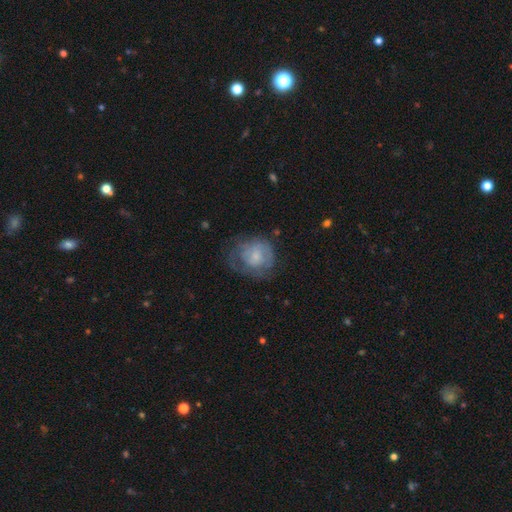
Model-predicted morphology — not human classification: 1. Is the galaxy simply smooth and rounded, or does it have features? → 52% smooth, 40% featured or disk, 8% star or artifact.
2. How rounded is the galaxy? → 73% round, 26% in between, 1% cigar-shaped.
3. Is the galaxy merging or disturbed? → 48% none, 27% minor disturbance, 24% major disturbance, 2% merger.